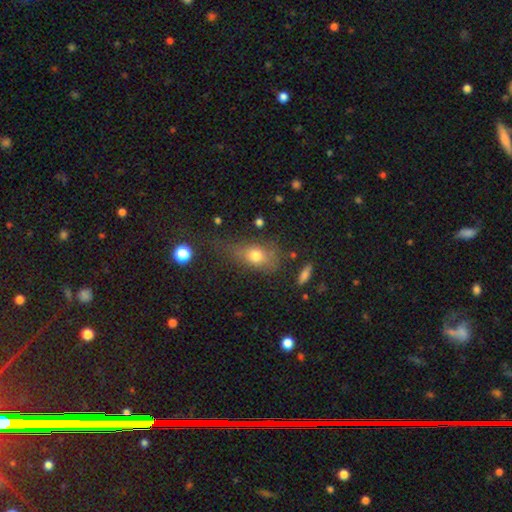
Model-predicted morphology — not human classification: smooth_or_featured: smooth (p=0.72) [alt: featured or disk p=0.16]
how_rounded: in between (p=0.65) [alt: round p=0.29]
merging: none (p=0.44) [alt: minor disturbance p=0.27]